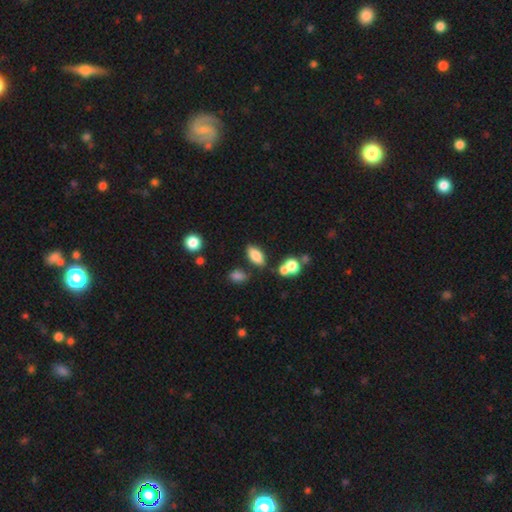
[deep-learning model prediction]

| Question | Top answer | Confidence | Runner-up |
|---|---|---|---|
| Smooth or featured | smooth | 79% | featured or disk (11%) |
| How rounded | in between | 85% | cigar-shaped (9%) |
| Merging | none | 71% | minor disturbance (14%) |